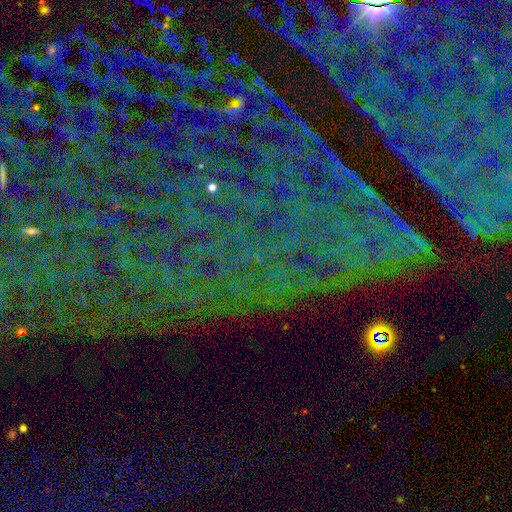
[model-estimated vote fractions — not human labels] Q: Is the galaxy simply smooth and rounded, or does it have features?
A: star or artifact — 83%.